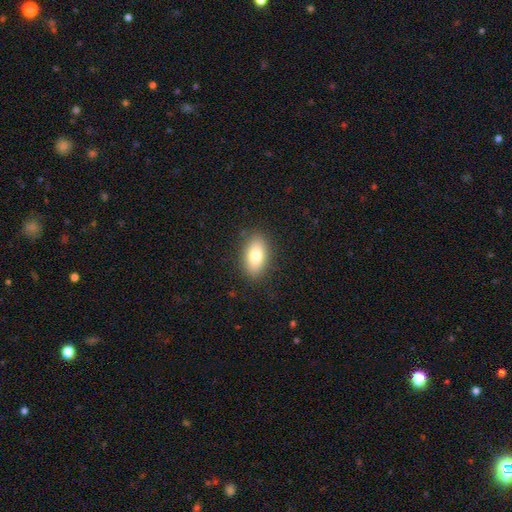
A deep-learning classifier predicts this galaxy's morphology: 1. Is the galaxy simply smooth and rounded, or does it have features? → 78% smooth, 15% featured or disk, 8% star or artifact.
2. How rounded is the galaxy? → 89% in between, 6% round, 5% cigar-shaped.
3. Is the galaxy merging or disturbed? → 86% none, 10% minor disturbance, 3% major disturbance, 1% merger.